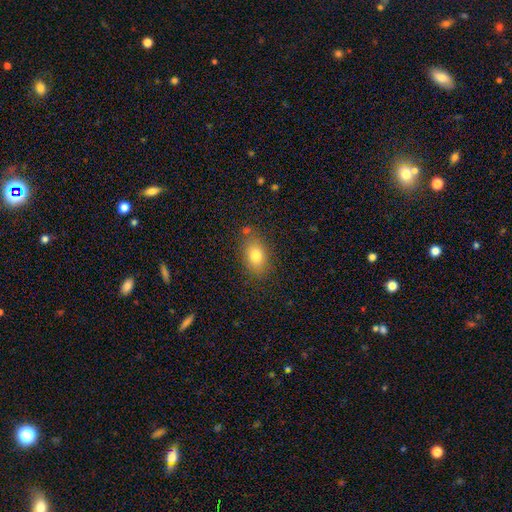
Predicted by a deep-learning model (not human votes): smooth 81%, featured or disk 10%, star or artifact 9%. Down the decision tree: how rounded — in between (84%); merging — none (79%).